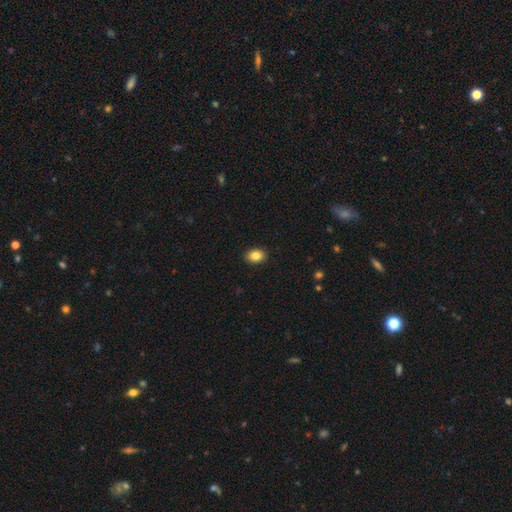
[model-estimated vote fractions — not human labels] Smooth or featured: smooth — 85% (star or artifact — 9%)
How rounded: in between — 70% (round — 29%)
Merging: none — 90% (minor disturbance — 7%)